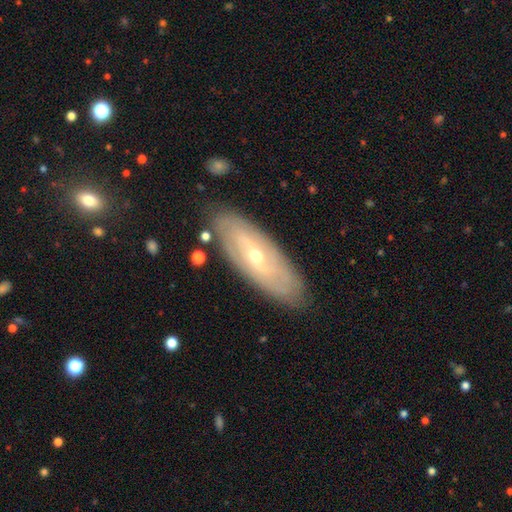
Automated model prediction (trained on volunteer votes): smooth_or_featured: featured or disk (p=0.71) [alt: smooth p=0.22]
disk_edge_on: no (p=0.80) [alt: yes p=0.20]
bar: no (p=0.52) [alt: weak p=0.35]
has_spiral_arms: yes (p=0.67) [alt: no p=0.33]
bulge_size: small (p=0.57) [alt: moderate p=0.40]
merging: none (p=0.84) [alt: minor disturbance p=0.12]